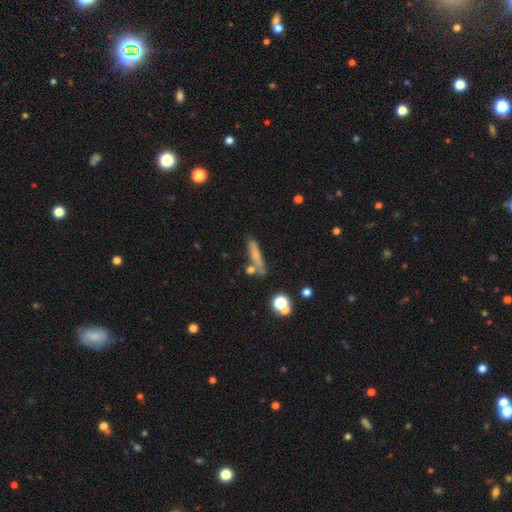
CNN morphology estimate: Q: Smooth or featured?
A: smooth (61%); runner-up: featured or disk (27%)
Q: How rounded?
A: cigar-shaped (79%); runner-up: in between (16%)
Q: Merging?
A: none (63%); runner-up: minor disturbance (17%)